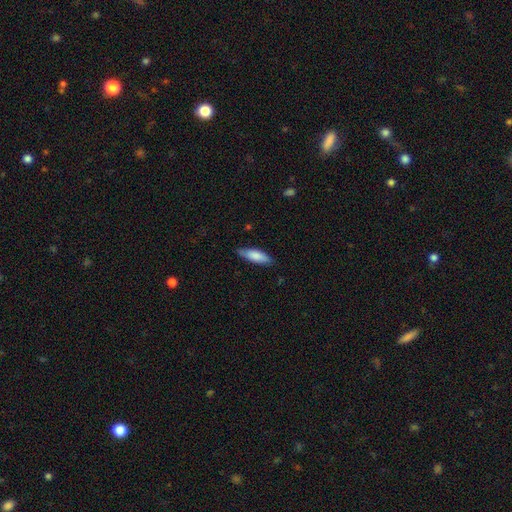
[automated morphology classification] smooth 79%, featured or disk 15%, star or artifact 6%. Down the decision tree: how rounded — in between (53%); merging — none (80%).